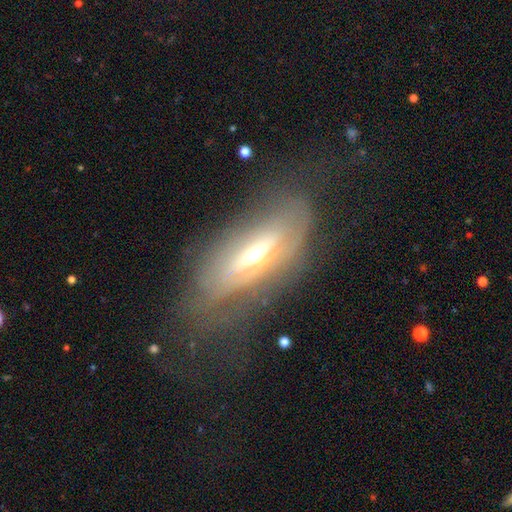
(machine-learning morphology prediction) type=featured or disk (66%); edge-on=no (54%); merging=none (52%).